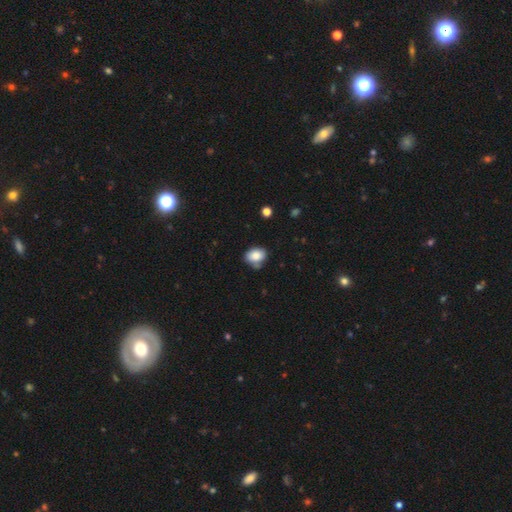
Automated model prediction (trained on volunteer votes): smooth 83%, star or artifact 9%, featured or disk 8%. Down the decision tree: how rounded — in between (69%); merging — none (64%).